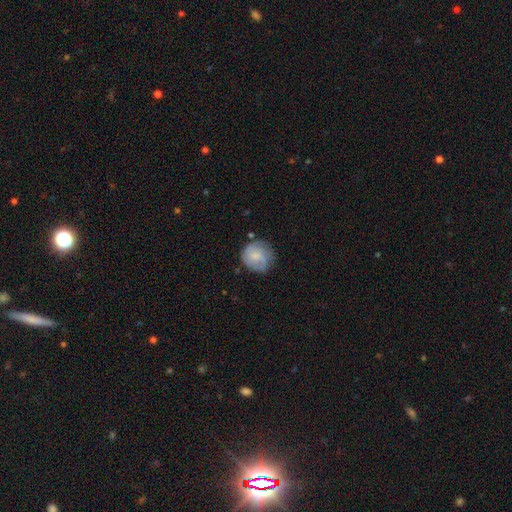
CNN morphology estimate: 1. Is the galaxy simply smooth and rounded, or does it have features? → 54% smooth, 38% featured or disk, 7% star or artifact.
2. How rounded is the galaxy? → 83% round, 16% in between, 1% cigar-shaped.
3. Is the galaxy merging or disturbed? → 63% none, 24% minor disturbance, 10% major disturbance, 3% merger.